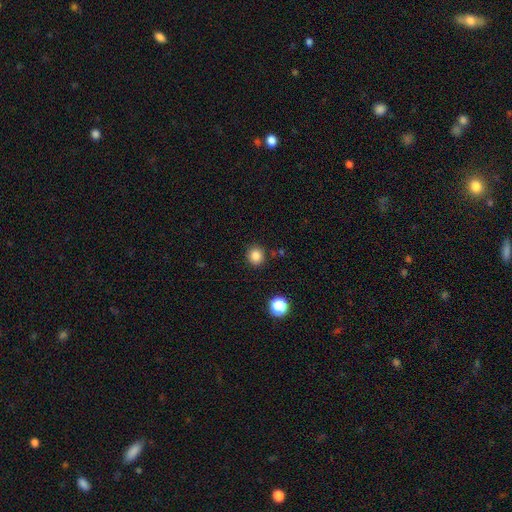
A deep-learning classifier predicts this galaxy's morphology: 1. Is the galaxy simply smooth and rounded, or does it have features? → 84% smooth, 12% star or artifact, 4% featured or disk.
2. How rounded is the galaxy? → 90% round, 9% in between, 1% cigar-shaped.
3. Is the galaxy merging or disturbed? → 87% none, 7% minor disturbance, 3% merger, 2% major disturbance.